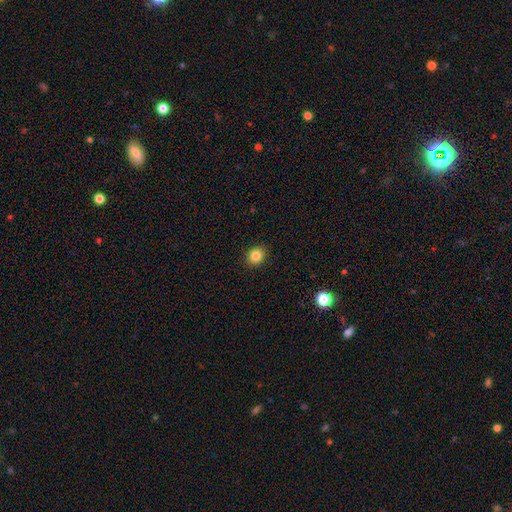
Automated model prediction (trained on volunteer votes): Overall: smooth (85%). How rounded: round (67%; in between 32%). Merging: none (90%).